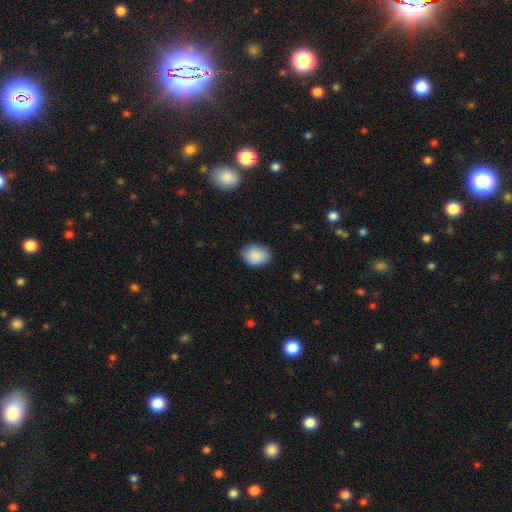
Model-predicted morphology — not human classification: Smooth or featured: smooth — 89% (star or artifact — 6%)
How rounded: in between — 64% (round — 35%)
Merging: none — 80% (minor disturbance — 16%)